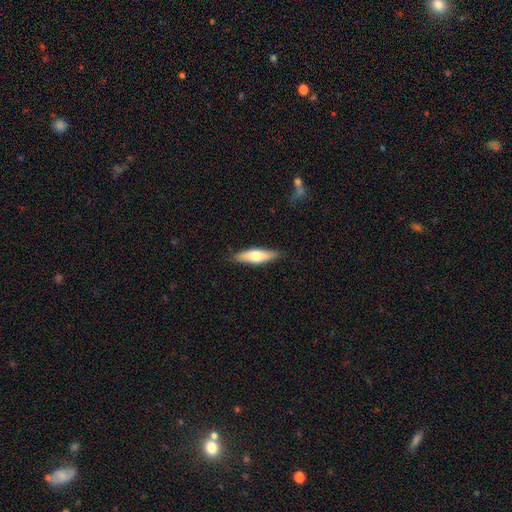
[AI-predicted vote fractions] A smooth galaxy with no disk features (61%) that is cigar-shaped (59%). Merging: none (86%).